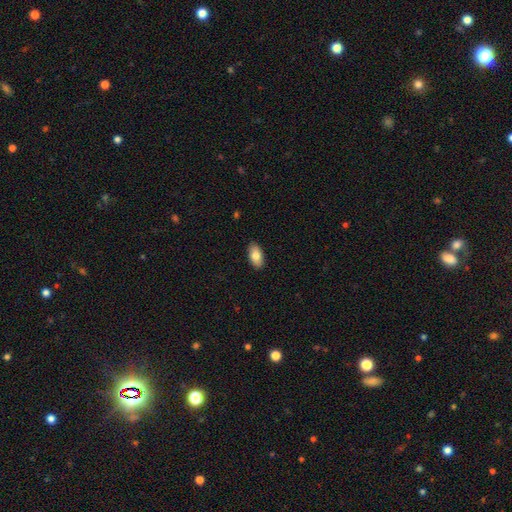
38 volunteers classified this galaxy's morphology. Smooth or featured: smooth — 82% (featured or disk — 11%)
How rounded: in between — 97% (cigar-shaped — 3%)
Merging: none — 91% (minor disturbance — 6%)